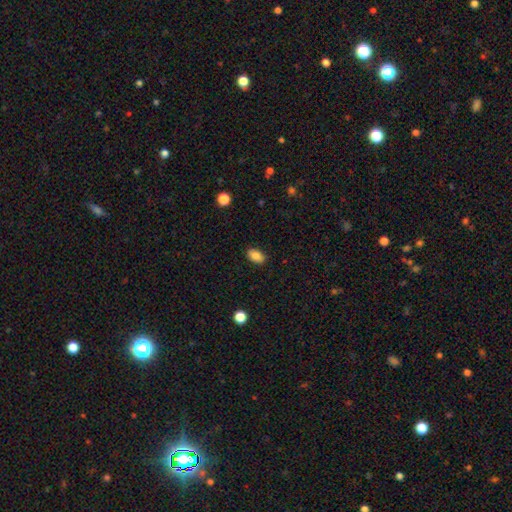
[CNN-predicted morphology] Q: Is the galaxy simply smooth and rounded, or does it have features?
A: smooth — 84%.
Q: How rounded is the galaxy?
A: in between — 90%.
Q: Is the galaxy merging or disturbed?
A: none — 87%.